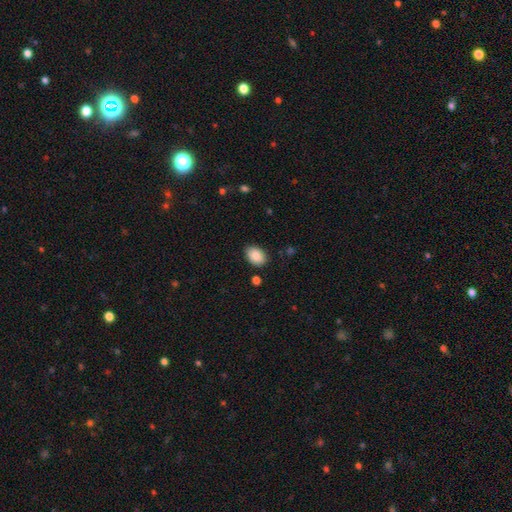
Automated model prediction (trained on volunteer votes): smooth_or_featured: smooth (p=0.89) [alt: star or artifact p=0.07]
how_rounded: in between (p=0.80) [alt: round p=0.19]
merging: none (p=0.85) [alt: minor disturbance p=0.10]